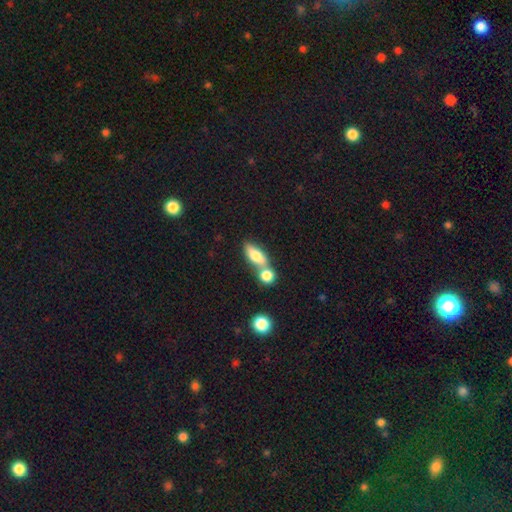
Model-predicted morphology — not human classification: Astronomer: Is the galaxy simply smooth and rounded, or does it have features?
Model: smooth — 74%.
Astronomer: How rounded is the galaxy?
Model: in between — 75%.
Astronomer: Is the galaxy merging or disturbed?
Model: merger — 49% (runner-up: none, 38%).